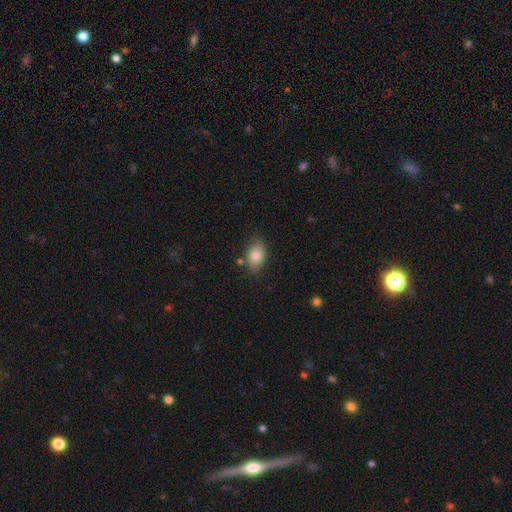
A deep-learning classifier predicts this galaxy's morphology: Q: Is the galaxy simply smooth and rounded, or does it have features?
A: smooth — 82%.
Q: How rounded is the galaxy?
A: in between — 87%.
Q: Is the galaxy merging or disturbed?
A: none — 78%.